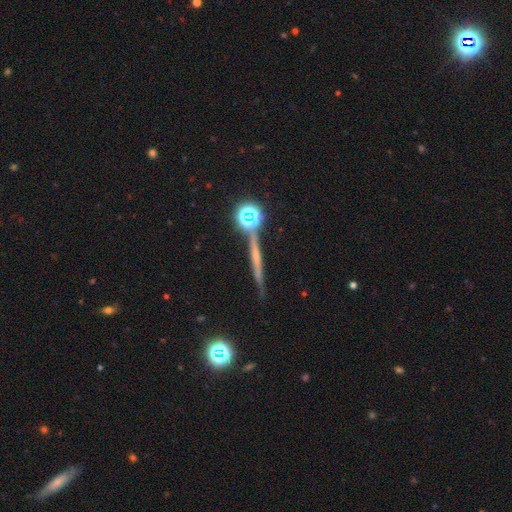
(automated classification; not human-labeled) Overall: featured or disk (53%; smooth 28%). Edge-on disk: yes (94%). Merging: none (82%).